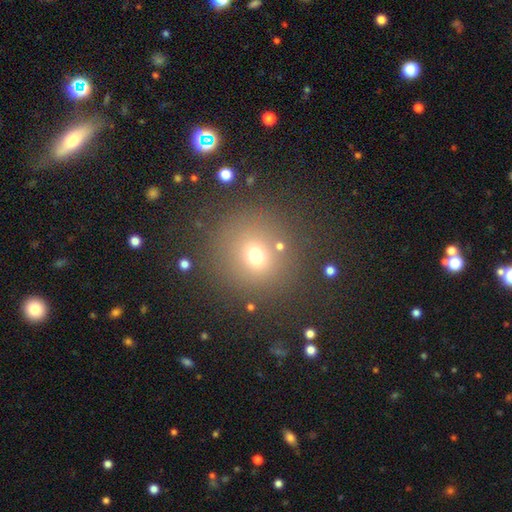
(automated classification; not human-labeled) A smooth galaxy with no disk features (67%) that is round (90%).

Vote fractions:
- Smooth or featured? smooth: 67% / star or artifact: 23% / featured or disk: 10%
- How rounded? round: 90% / in between: 9% / cigar-shaped: 1%
- Merging? none: 80% / minor disturbance: 9% / major disturbance: 5% / merger: 5%